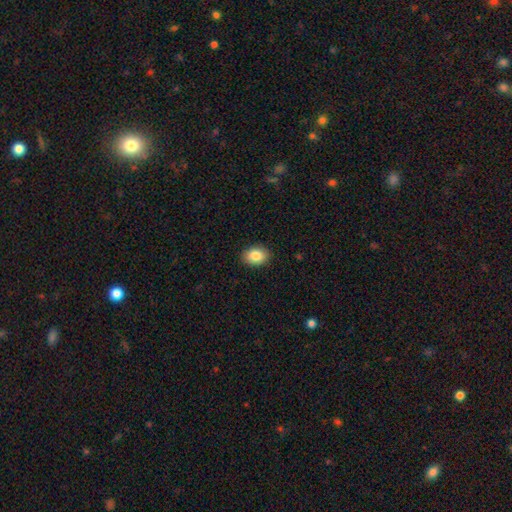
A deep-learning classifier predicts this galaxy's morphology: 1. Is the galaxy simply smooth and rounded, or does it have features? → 86% smooth, 8% star or artifact, 6% featured or disk.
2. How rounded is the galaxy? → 73% in between, 26% round, 1% cigar-shaped.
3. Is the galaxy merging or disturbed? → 90% none, 7% minor disturbance, 2% major disturbance, 1% merger.